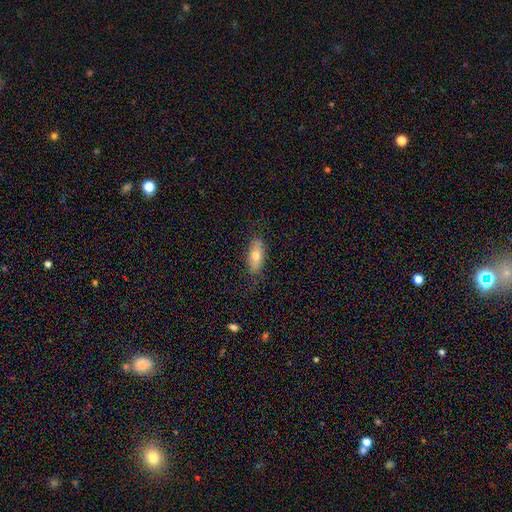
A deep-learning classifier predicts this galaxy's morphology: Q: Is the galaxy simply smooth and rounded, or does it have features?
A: smooth — 70%.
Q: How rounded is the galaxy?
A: in between — 81%.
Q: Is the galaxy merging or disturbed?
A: none — 79%.